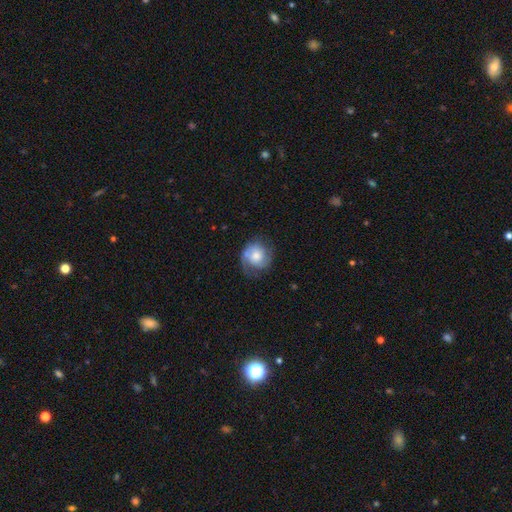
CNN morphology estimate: smooth_or_featured: featured or disk (p=0.59) [alt: smooth p=0.33]
disk_edge_on: no (p=0.97) [alt: yes p=0.03]
bar: no (p=0.73) [alt: weak p=0.23]
has_spiral_arms: yes (p=0.88) [alt: no p=0.12]
spiral_winding: tight (p=0.42) [alt: medium p=0.39]
spiral_arm_count: 2 (p=0.67) [alt: 1 p=0.13]
bulge_size: moderate (p=0.52) [alt: small p=0.24]
merging: none (p=0.60) [alt: minor disturbance p=0.24]